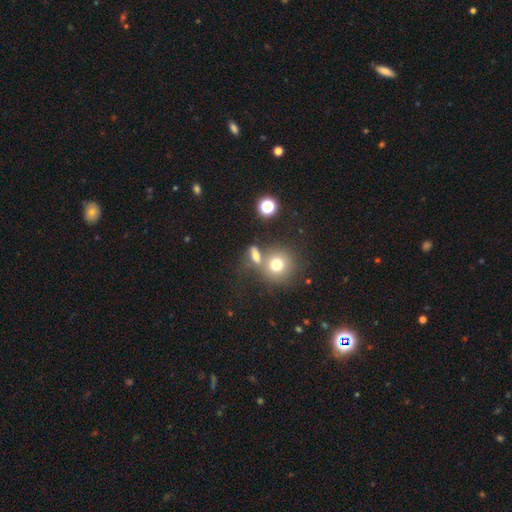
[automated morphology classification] Smooth or featured: smooth — 68% (star or artifact — 16%)
How rounded: round — 49% (in between — 43%)
Merging: none — 45% (merger — 35%)